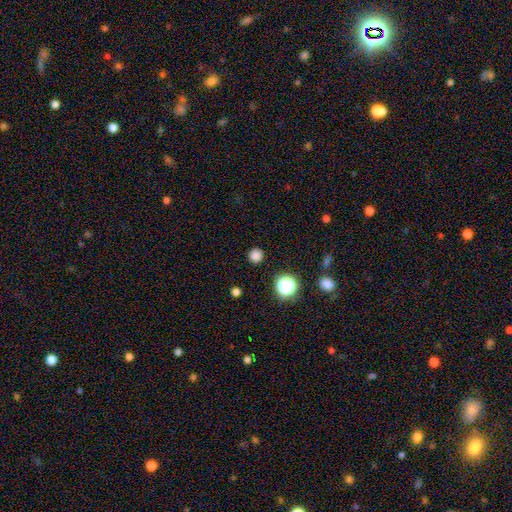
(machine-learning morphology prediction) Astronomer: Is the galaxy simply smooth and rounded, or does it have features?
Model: smooth — 80%.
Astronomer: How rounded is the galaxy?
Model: round — 94%.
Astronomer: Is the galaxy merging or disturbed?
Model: none — 90%.